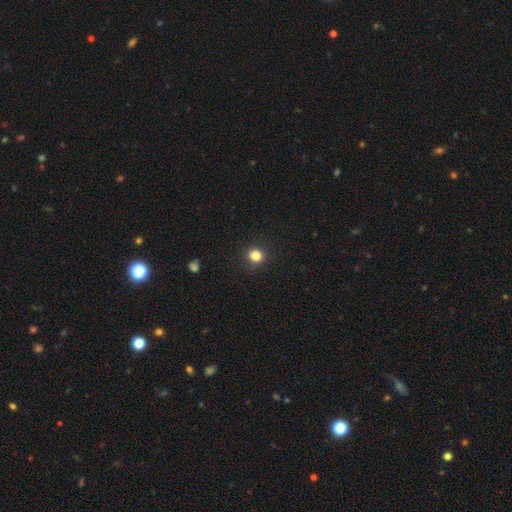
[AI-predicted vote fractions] Smooth or featured: smooth — 83% (star or artifact — 12%)
How rounded: round — 86% (in between — 13%)
Merging: none — 91% (minor disturbance — 6%)